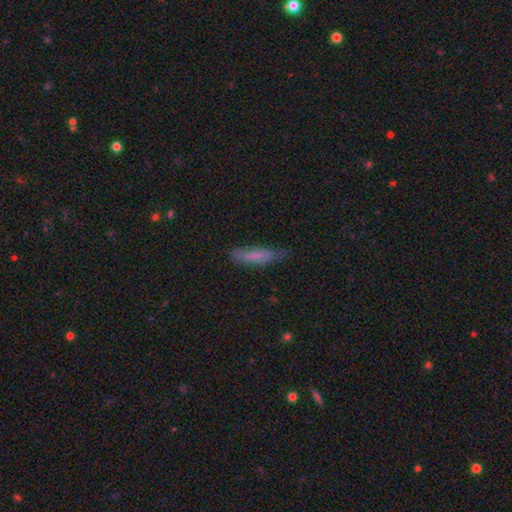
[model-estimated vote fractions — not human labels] Smooth or featured? Predicted: smooth (p=0.71). How rounded? Predicted: cigar-shaped (p=0.74). Merging? Predicted: none (p=0.66).